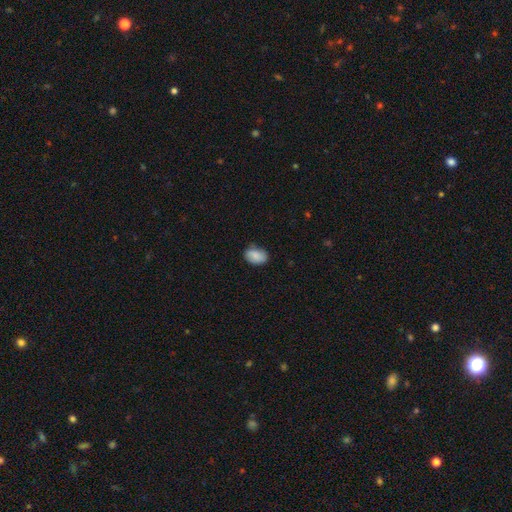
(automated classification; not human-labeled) A smooth galaxy with no disk features (85%) that is in between round and cigar-shaped (83%).

Vote fractions:
- Smooth or featured? smooth: 85% / featured or disk: 8% / star or artifact: 7%
- How rounded? in between: 83% / round: 16% / cigar-shaped: 1%
- Merging? none: 74% / minor disturbance: 21% / major disturbance: 4% / merger: 1%